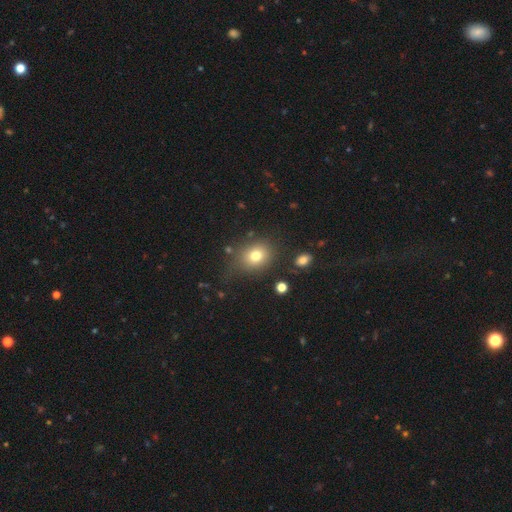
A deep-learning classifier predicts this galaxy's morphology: type=smooth (76%); roundness=round (57%); merging=none (74%).